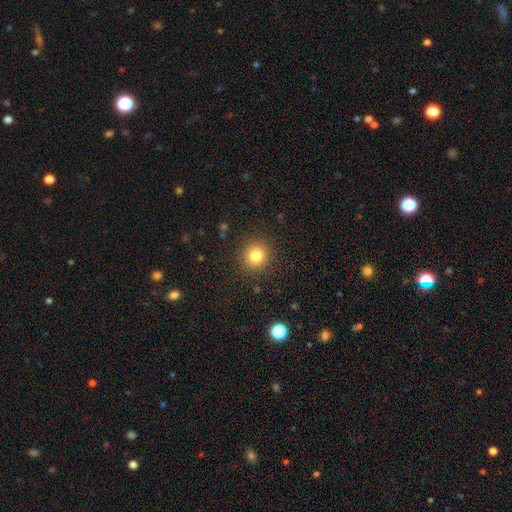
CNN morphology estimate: Smooth or featured?
  - smooth: 81% *
  - star or artifact: 13%
  - featured or disk: 7%
How rounded?
  - round: 91% *
  - in between: 8%
  - cigar-shaped: 1%
Merging?
  - none: 90% *
  - minor disturbance: 6%
  - major disturbance: 3%
  - merger: 1%